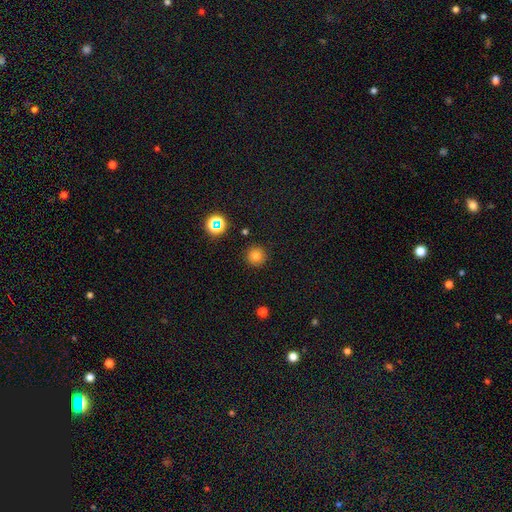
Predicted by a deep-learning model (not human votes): The model was most divided on "smooth or featured": smooth: 76%, star or artifact: 17%, featured or disk: 7%. More confident: how rounded — round (95%); merging — none (90%).